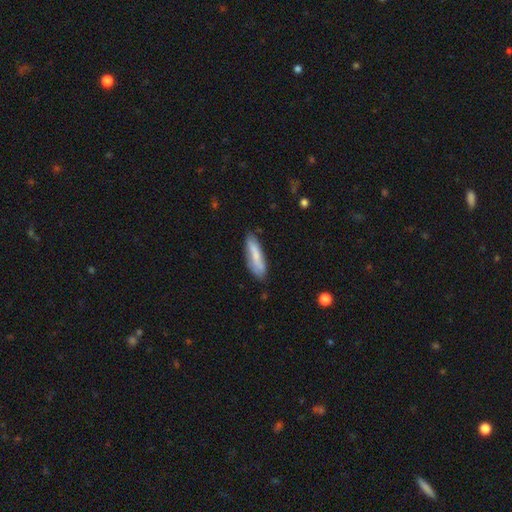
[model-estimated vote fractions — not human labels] Smooth or featured?
  - smooth: 73% *
  - featured or disk: 20%
  - star or artifact: 6%
How rounded?
  - cigar-shaped: 66% *
  - in between: 32%
  - round: 2%
Merging?
  - none: 74% *
  - minor disturbance: 20%
  - major disturbance: 4%
  - merger: 3%